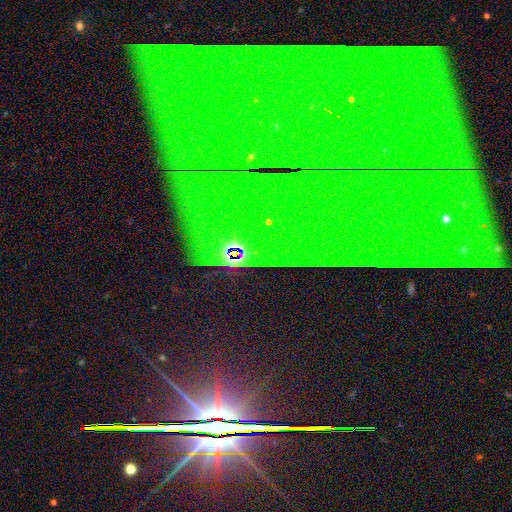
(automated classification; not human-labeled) smooth_or_featured: star or artifact (p=0.83) [alt: featured or disk p=0.09]